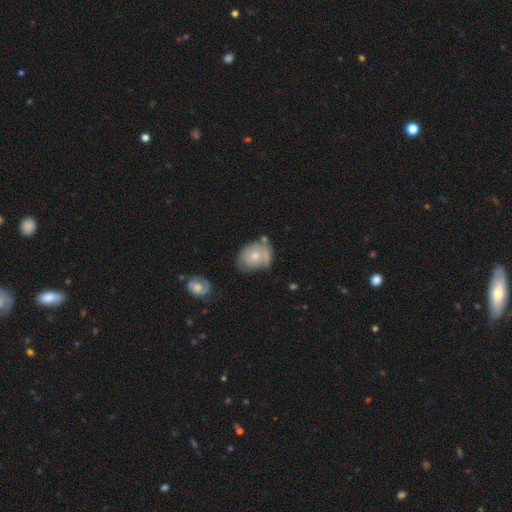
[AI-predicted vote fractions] smooth 56%, featured or disk 37%, star or artifact 7%. Down the decision tree: how rounded — in between (51%); merging — none (44%).